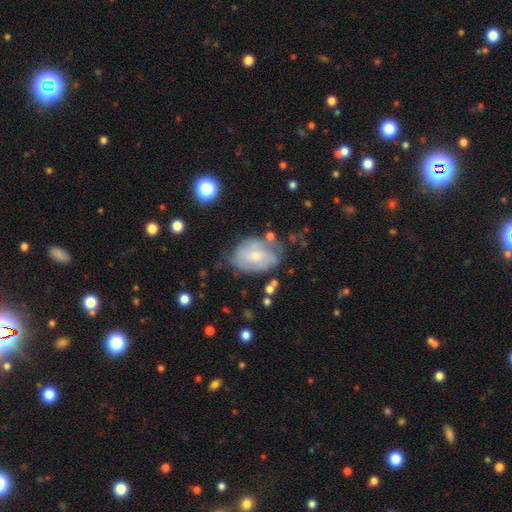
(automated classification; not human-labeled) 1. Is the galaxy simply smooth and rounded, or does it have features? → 62% featured or disk, 31% smooth, 7% star or artifact.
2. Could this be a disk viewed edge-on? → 97% no, 3% yes.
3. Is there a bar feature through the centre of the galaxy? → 61% no, 34% weak, 6% strong.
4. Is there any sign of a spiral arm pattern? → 81% yes, 19% no.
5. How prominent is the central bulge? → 61% small, 32% moderate, 5% none, 2% large, 1% dominant.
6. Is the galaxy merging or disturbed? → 59% none, 25% minor disturbance, 11% major disturbance, 5% merger.